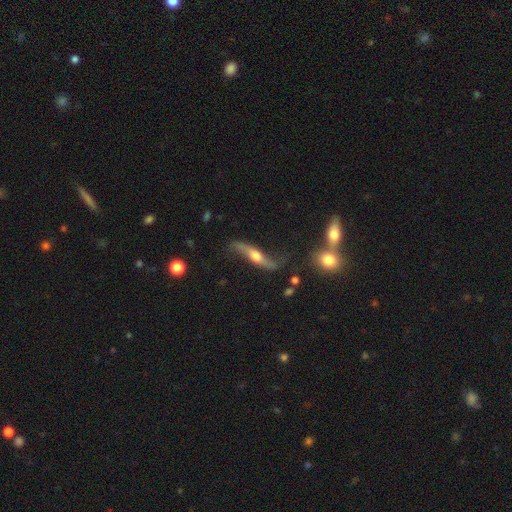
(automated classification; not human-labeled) Q: Smooth or featured?
A: featured or disk (79%); runner-up: smooth (15%)
Q: Edge-on disk?
A: no (55%); runner-up: yes (45%)
Q: Merging?
A: none (67%); runner-up: minor disturbance (20%)